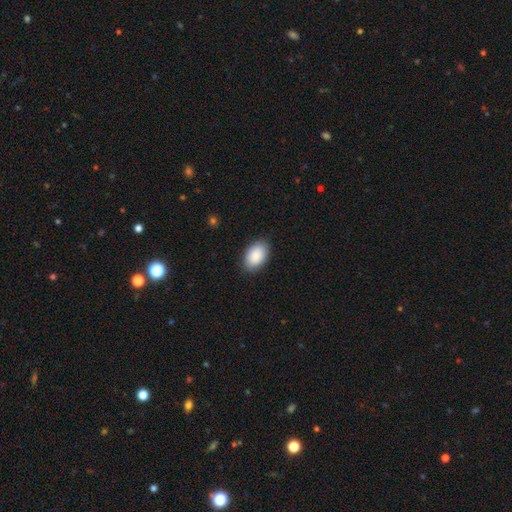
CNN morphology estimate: Q: Smooth or featured?
A: smooth (90%); runner-up: star or artifact (6%)
Q: How rounded?
A: in between (91%); runner-up: round (8%)
Q: Merging?
A: none (87%); runner-up: minor disturbance (10%)